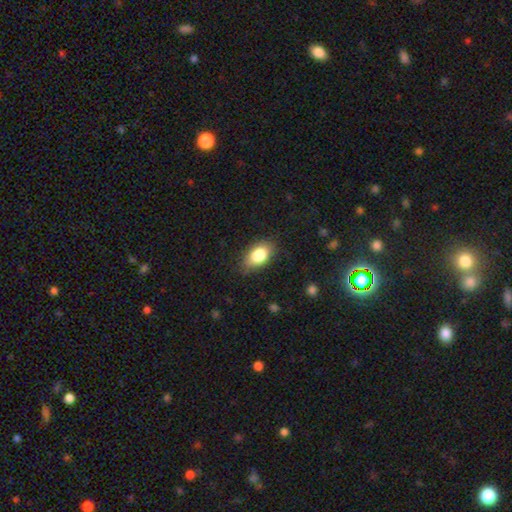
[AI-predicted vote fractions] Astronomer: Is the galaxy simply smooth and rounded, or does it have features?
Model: smooth — 83%.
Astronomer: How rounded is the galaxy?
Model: in between — 90%.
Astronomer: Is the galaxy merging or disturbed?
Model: none — 76%.